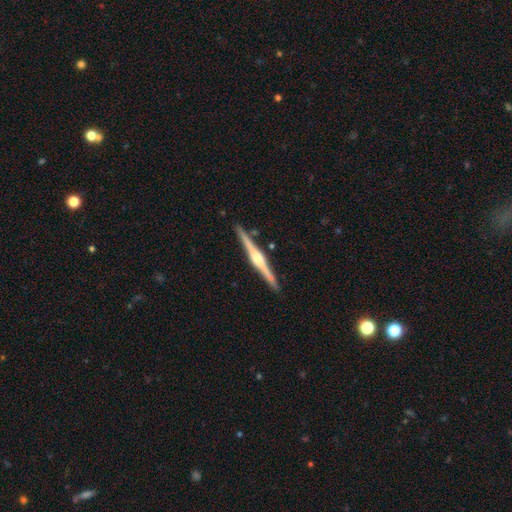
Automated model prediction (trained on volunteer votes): featured or disk 84%, smooth 12%, star or artifact 5%. Down the decision tree: edge-on disk — yes (99%); edge-on bulge — rounded (80%); merging — none (90%).